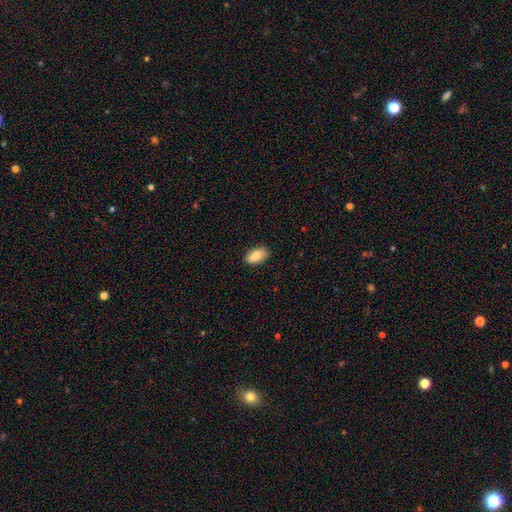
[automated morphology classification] Smooth or featured? Predicted: smooth (p=0.86). How rounded? Predicted: in between (p=0.93). Merging? Predicted: none (p=0.86).